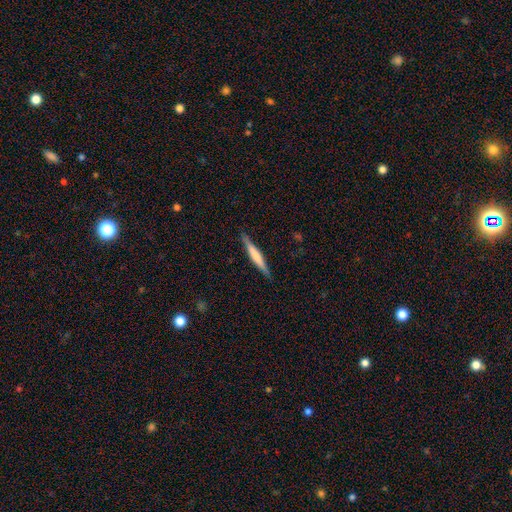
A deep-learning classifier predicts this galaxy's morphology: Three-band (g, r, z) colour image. It shows a featured or disk galaxy (47%, tied with smooth). Merging: none (89%).